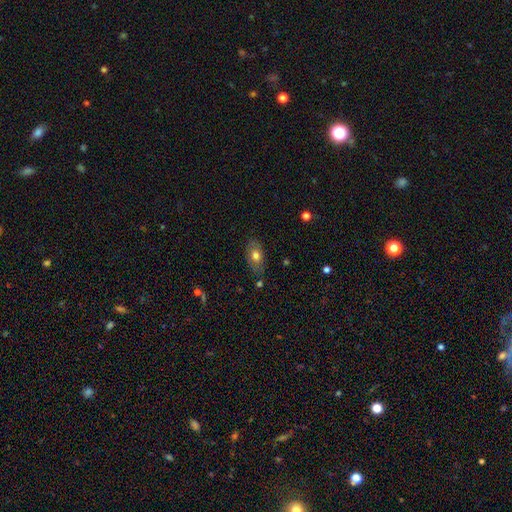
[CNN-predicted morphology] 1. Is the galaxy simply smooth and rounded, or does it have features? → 69% smooth, 23% featured or disk, 8% star or artifact.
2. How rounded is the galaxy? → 87% in between, 9% round, 3% cigar-shaped.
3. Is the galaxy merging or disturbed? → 77% none, 17% minor disturbance, 4% major disturbance, 2% merger.